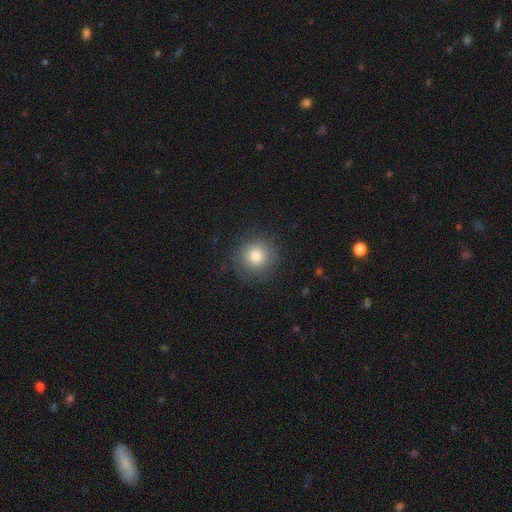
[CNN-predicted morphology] Smooth or featured?
  - smooth: 80% *
  - star or artifact: 11%
  - featured or disk: 9%
How rounded?
  - round: 93% *
  - in between: 6%
  - cigar-shaped: 1%
Merging?
  - none: 82% *
  - minor disturbance: 12%
  - major disturbance: 5%
  - merger: 1%